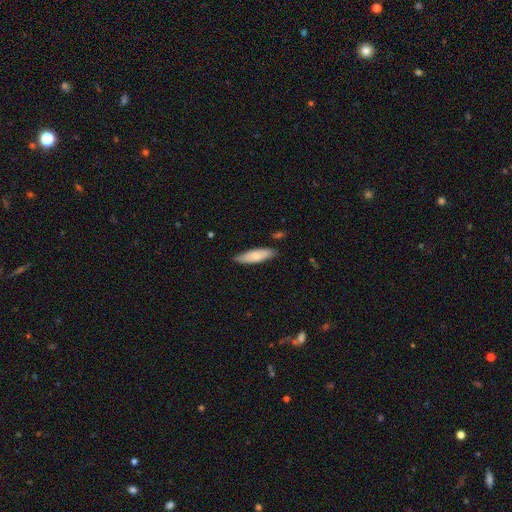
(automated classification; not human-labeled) This appears to be a smooth galaxy with no disk features (77%) that is cigar-shaped (56%). Merging: none (82%).